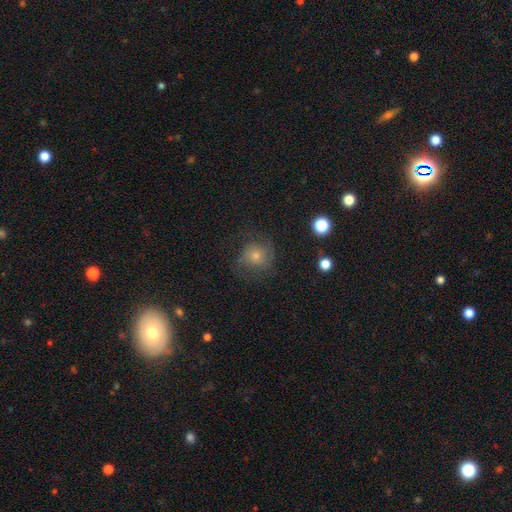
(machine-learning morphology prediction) Q: Smooth or featured?
A: featured or disk (48%); runner-up: smooth (34%)
Q: Merging?
A: none (66%); runner-up: minor disturbance (18%)